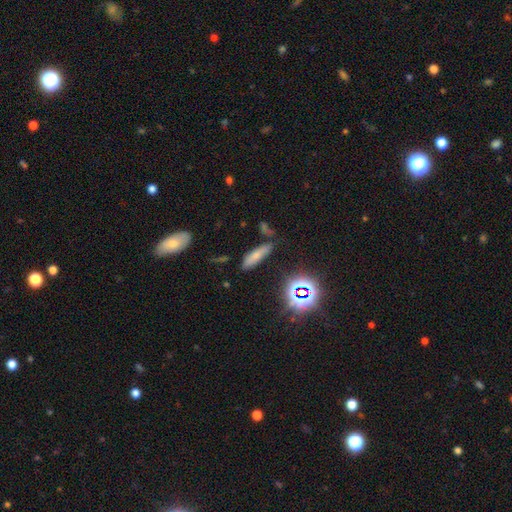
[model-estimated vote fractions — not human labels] Smooth or featured? smooth (64%)
How rounded? cigar-shaped (55%)
Merging? none (71%)